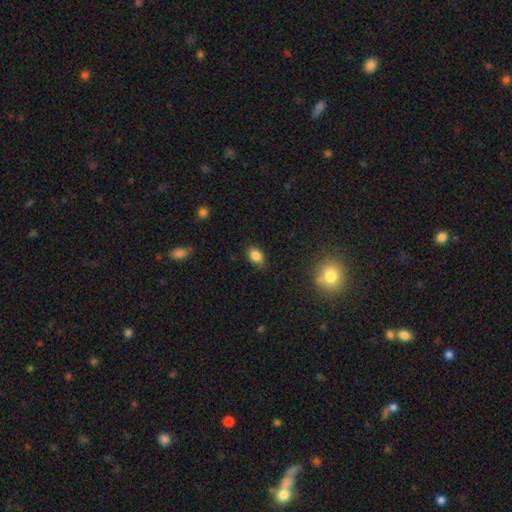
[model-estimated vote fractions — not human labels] A smooth galaxy with no disk features (84%) that is in between round and cigar-shaped (79%).

Vote fractions:
- Smooth or featured? smooth: 84% / star or artifact: 10% / featured or disk: 5%
- How rounded? in between: 79% / round: 19% / cigar-shaped: 1%
- Merging? none: 85% / minor disturbance: 11% / major disturbance: 3% / merger: 1%